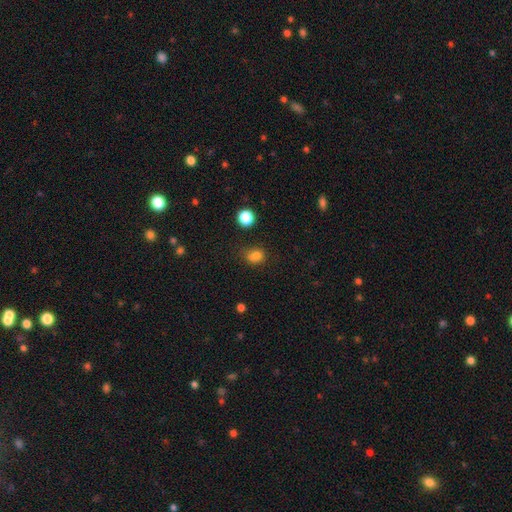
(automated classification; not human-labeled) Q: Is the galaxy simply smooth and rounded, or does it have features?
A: smooth — 77%.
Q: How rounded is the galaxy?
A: round — 55%.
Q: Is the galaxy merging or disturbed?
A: none — 54%.